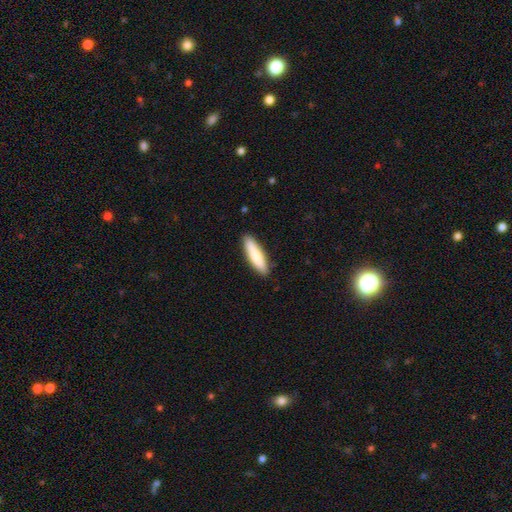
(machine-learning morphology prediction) Smooth or featured?
  - smooth: 78% *
  - featured or disk: 17%
  - star or artifact: 5%
How rounded?
  - cigar-shaped: 70% *
  - in between: 29%
  - round: 1%
Merging?
  - none: 88% *
  - minor disturbance: 9%
  - major disturbance: 2%
  - merger: 1%